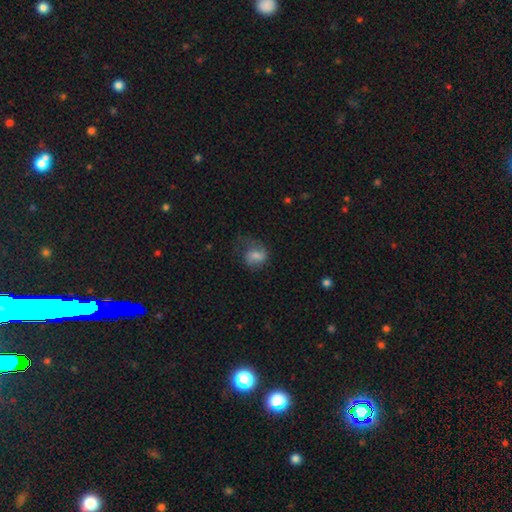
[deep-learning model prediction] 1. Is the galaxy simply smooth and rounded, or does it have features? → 67% smooth, 23% featured or disk, 10% star or artifact.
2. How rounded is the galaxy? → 55% in between, 44% round, 2% cigar-shaped.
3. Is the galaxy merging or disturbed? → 43% none, 29% minor disturbance, 26% major disturbance, 2% merger.